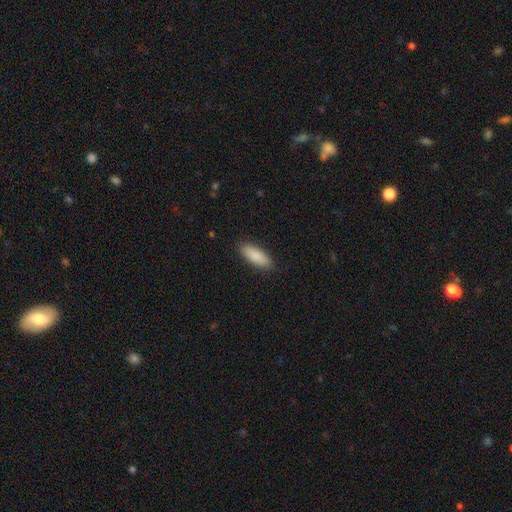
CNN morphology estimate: smooth_or_featured: smooth (p=0.88) [alt: featured or disk p=0.06]
how_rounded: in between (p=0.66) [alt: cigar-shaped p=0.32]
merging: none (p=0.88) [alt: minor disturbance p=0.09]